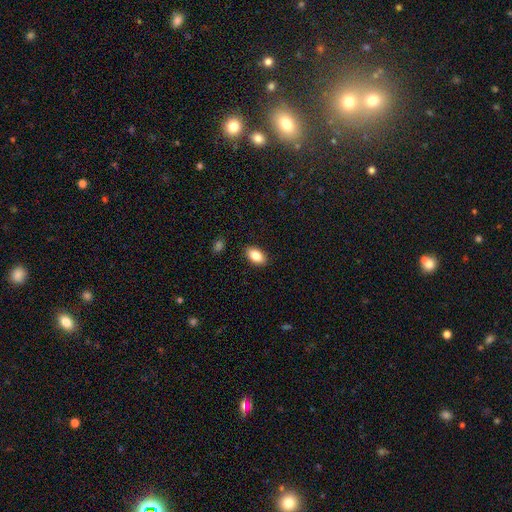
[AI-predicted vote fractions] The model was most divided on "smooth or featured": smooth: 85%, featured or disk: 8%, star or artifact: 7%. More confident: how rounded — in between (92%); merging — none (89%).